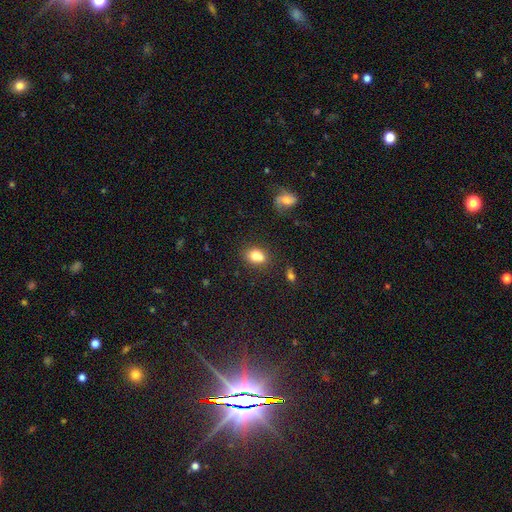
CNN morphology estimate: A smooth galaxy with no disk features (78%) that is in between round and cigar-shaped (60%). Merging: none (53%).